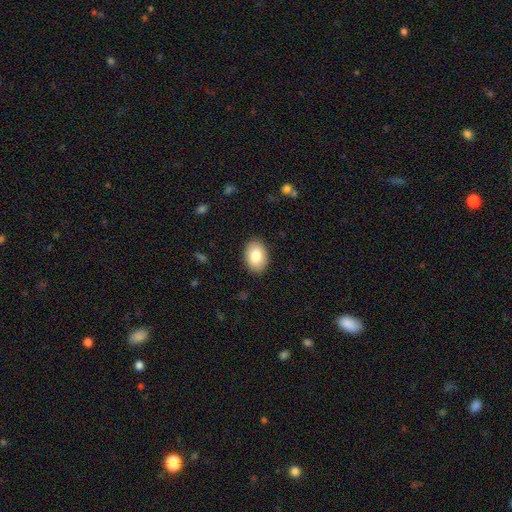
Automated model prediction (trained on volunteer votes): smooth-or-featured: smooth: 84% | featured or disk: 10% | star or artifact: 7%
  how-rounded: in between: 84% | round: 15% | cigar-shaped: 1%
  merging: none: 89% | minor disturbance: 8% | major disturbance: 2% | merger: 1%